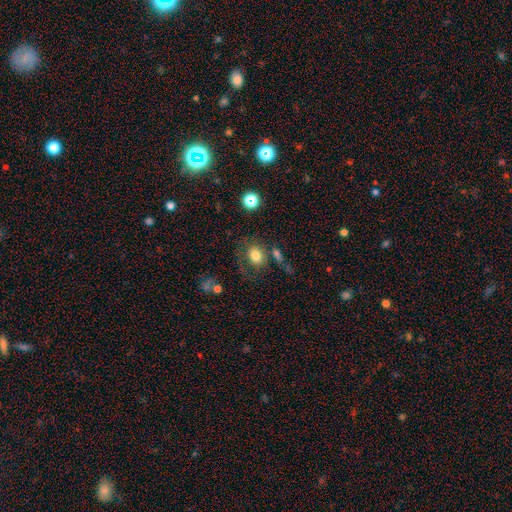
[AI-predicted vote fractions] This appears to be a smooth galaxy with no disk features (75%) that is round (61%). Merging: none (57%).